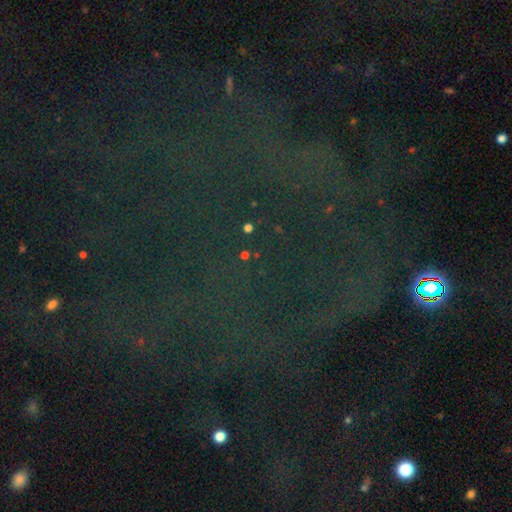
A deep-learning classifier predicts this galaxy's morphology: Smooth or featured? Predicted: star or artifact (p=0.75).